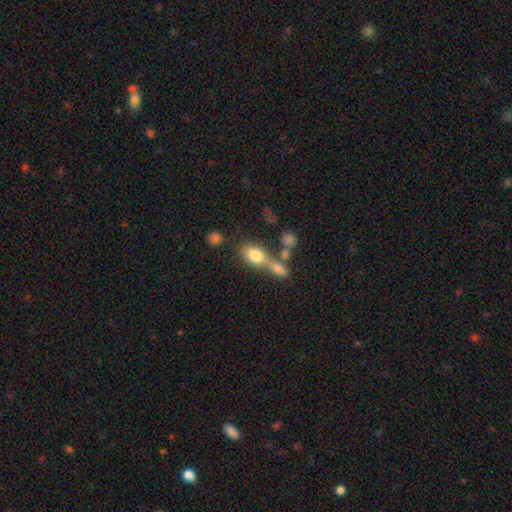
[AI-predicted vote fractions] Q: Smooth or featured?
A: smooth (77%); runner-up: featured or disk (13%)
Q: How rounded?
A: in between (73%); runner-up: round (24%)
Q: Merging?
A: merger (47%); runner-up: none (34%)